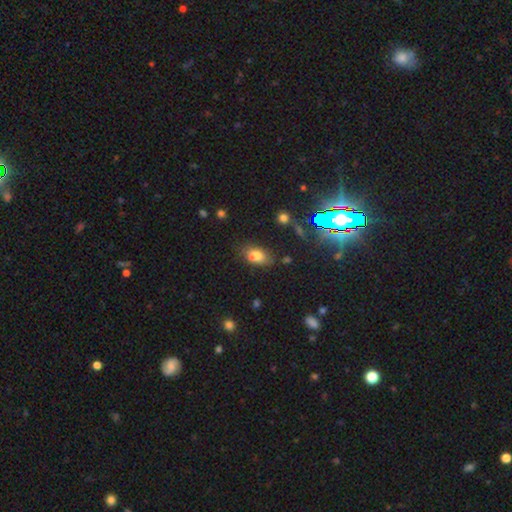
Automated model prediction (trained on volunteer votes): Morphology: type=smooth (74%); roundness=in between (84%); merging=none (62%).